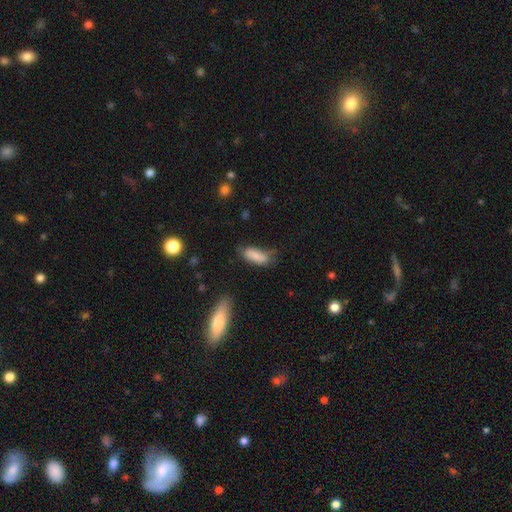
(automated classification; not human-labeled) smooth_or_featured: smooth (p=0.80) [alt: featured or disk p=0.12]
how_rounded: in between (p=0.73) [alt: cigar-shaped p=0.25]
merging: none (p=0.48) [alt: minor disturbance p=0.34]